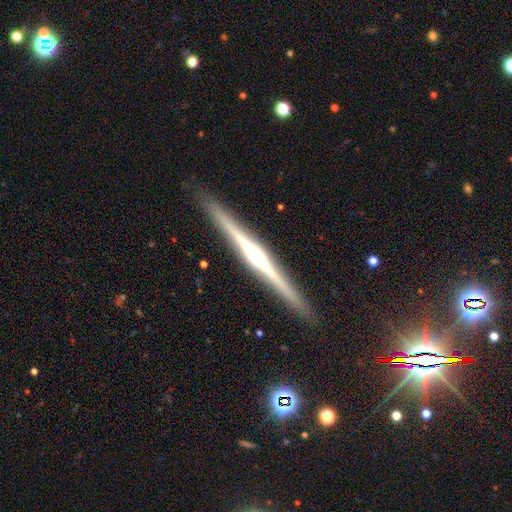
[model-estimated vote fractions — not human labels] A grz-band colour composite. It shows a featured or disk galaxy (84%) viewed edge-on (99%) with a rounded central bulge (86%). Merging: none (92%).